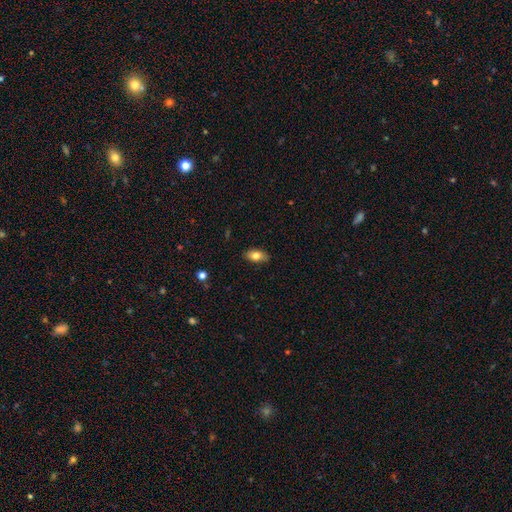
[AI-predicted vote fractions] Smooth or featured? Predicted: smooth (p=0.80). How rounded? Predicted: in between (p=0.90). Merging? Predicted: none (p=0.86).